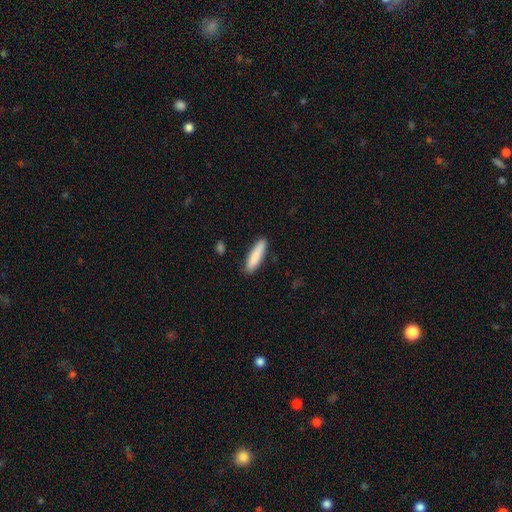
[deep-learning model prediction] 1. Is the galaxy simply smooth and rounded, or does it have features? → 87% smooth, 8% featured or disk, 6% star or artifact.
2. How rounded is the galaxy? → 76% cigar-shaped, 23% in between, 1% round.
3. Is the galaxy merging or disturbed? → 87% none, 10% minor disturbance, 2% major disturbance, 1% merger.